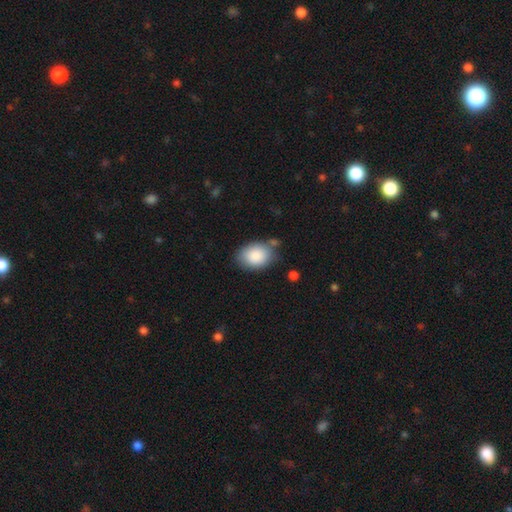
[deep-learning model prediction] Smooth or featured? Predicted: smooth (p=0.87). How rounded? Predicted: in between (p=0.77). Merging? Predicted: none (p=0.68).